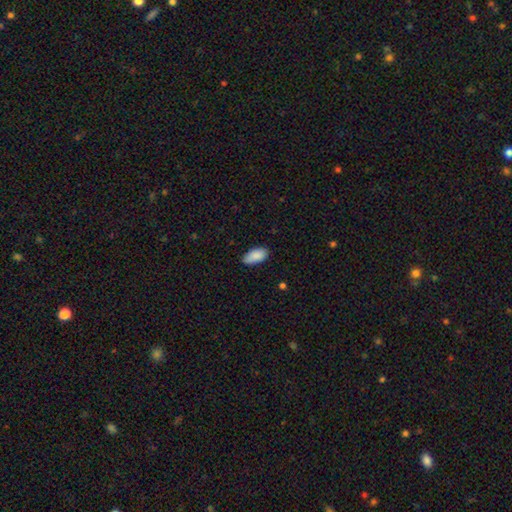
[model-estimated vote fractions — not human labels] A smooth galaxy with no disk features (89%) that is in between round and cigar-shaped (94%). Merging: none (80%).